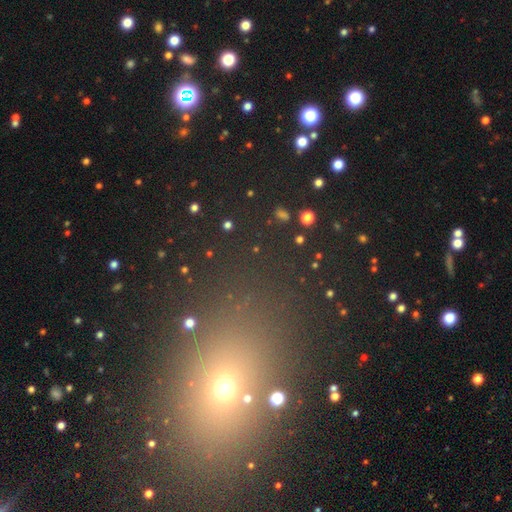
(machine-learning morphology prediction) The model was most divided on "smooth or featured": star or artifact: 46%, smooth: 44%, featured or disk: 11%.